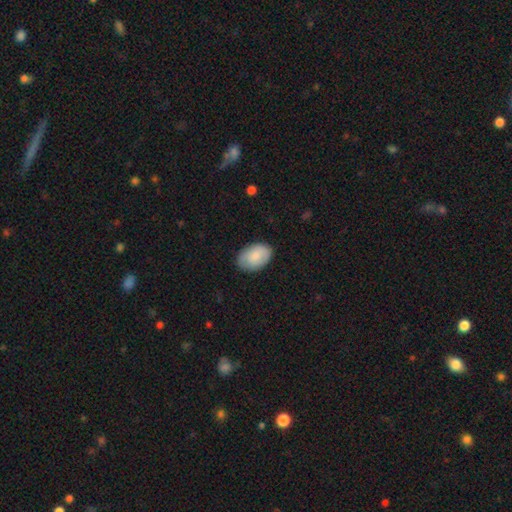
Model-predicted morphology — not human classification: Smooth or featured? Predicted: smooth (p=0.84). How rounded? Predicted: in between (p=0.89). Merging? Predicted: none (p=0.82).